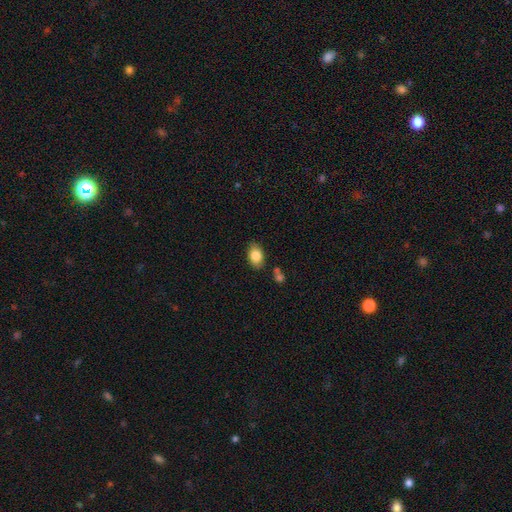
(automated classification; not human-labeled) smooth_or_featured: smooth (p=0.84) [alt: featured or disk p=0.08]
how_rounded: in between (p=0.87) [alt: round p=0.12]
merging: none (p=0.81) [alt: minor disturbance p=0.12]